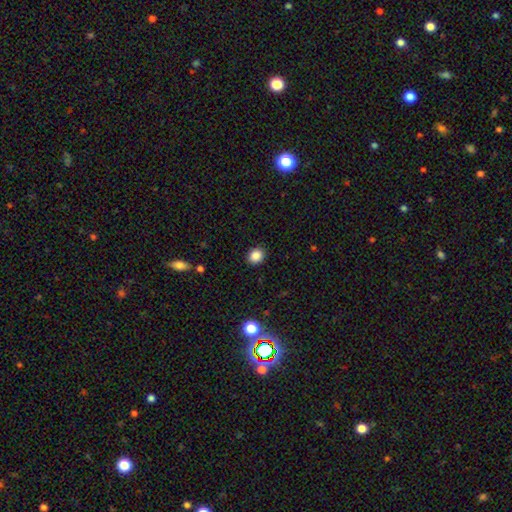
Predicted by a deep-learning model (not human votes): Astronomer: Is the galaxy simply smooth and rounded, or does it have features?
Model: smooth — 87%.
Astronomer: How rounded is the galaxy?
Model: round — 66%.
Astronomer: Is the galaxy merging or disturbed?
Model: none — 90%.